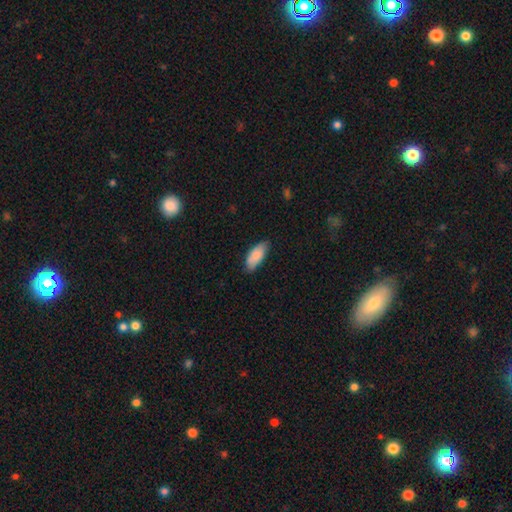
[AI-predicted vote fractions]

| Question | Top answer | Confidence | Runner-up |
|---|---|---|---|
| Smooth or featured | smooth | 83% | featured or disk (11%) |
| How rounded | in between | 86% | cigar-shaped (12%) |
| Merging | none | 75% | minor disturbance (21%) |